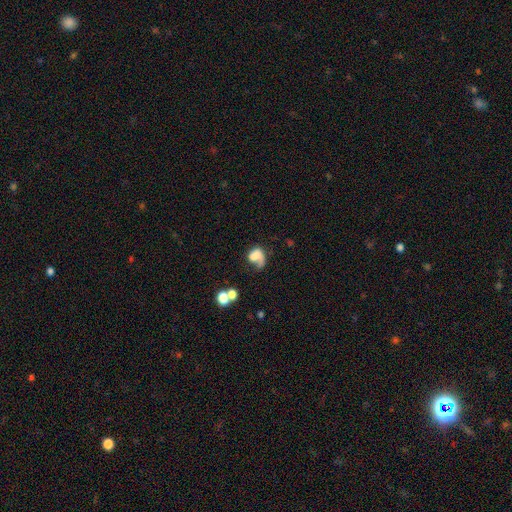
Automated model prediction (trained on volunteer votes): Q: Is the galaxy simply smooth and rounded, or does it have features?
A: smooth — 49%.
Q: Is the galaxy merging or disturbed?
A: major disturbance — 42%.